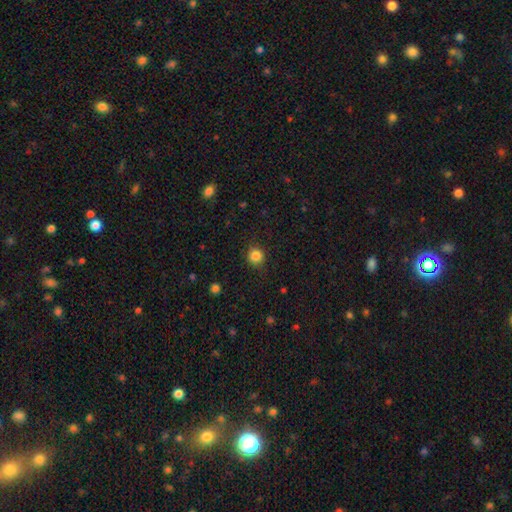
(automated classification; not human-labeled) smooth 84%, star or artifact 12%, featured or disk 4%. Down the decision tree: how rounded — round (91%); merging — none (86%).